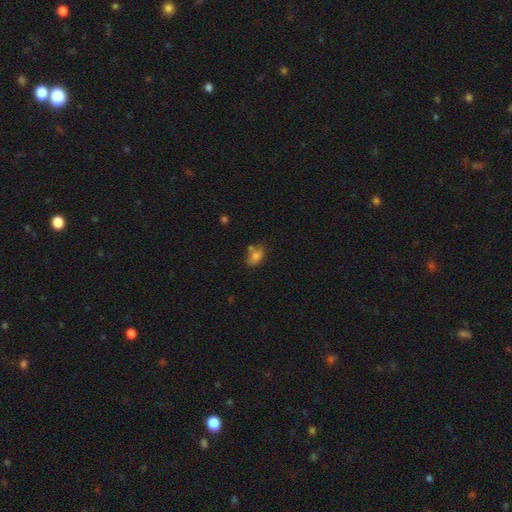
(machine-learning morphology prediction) Smooth or featured? Predicted: smooth (p=0.78). How rounded? Predicted: in between (p=0.80). Merging? Predicted: none (p=0.58).